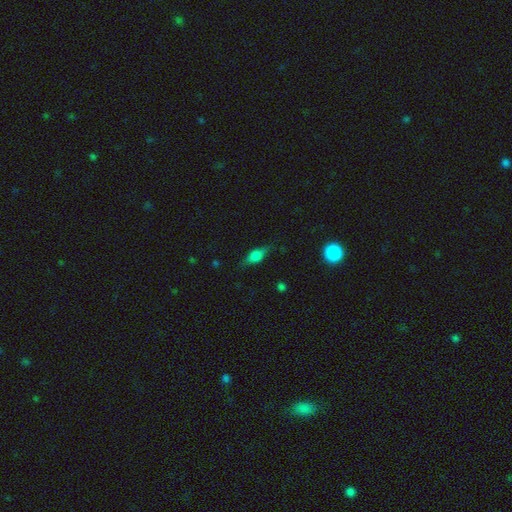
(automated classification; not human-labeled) Q: Smooth or featured?
A: smooth (49%); runner-up: featured or disk (41%)
Q: Merging?
A: none (75%); runner-up: minor disturbance (18%)